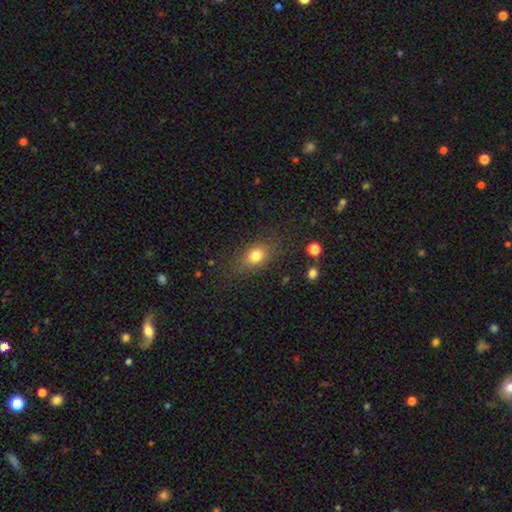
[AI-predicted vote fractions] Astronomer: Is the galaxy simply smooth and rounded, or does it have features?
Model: smooth — 79%.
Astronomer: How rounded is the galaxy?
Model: in between — 66%.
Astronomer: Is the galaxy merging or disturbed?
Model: none — 80%.